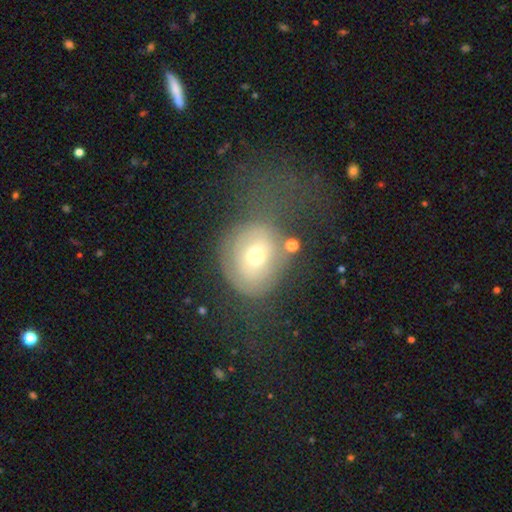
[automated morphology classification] smooth 55%, featured or disk 34%, star or artifact 11%. Down the decision tree: how rounded — round (64%); merging — major disturbance (43%).